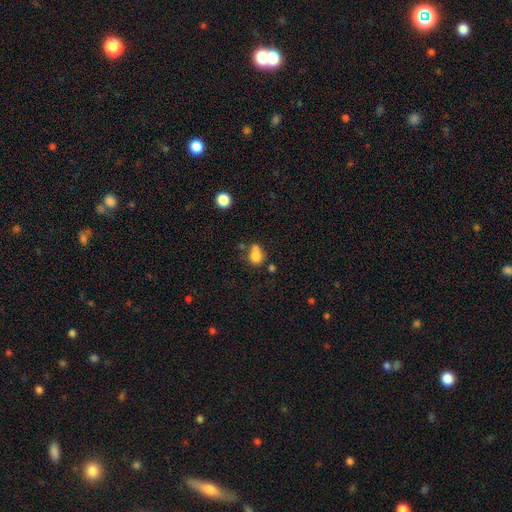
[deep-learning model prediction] smooth 77%, star or artifact 12%, featured or disk 12%. Down the decision tree: how rounded — round (68%); merging — merger (39%, tied with none).